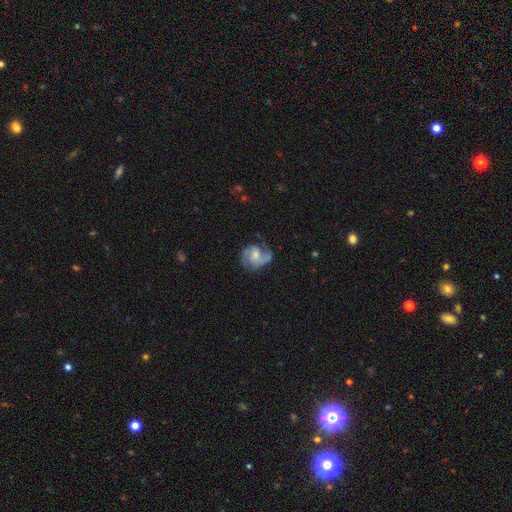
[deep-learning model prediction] This is likely a featured or disk galaxy (74%). It is clearly not viewed edge-on (98%). Bar: possibly no (56%). Spiral arm pattern: clearly yes (93%). Spiral arm count: likely 2 (69%). Spiral winding: possibly medium (48%). Central bulge: possibly moderate (47%). Merging: possibly none (60%).